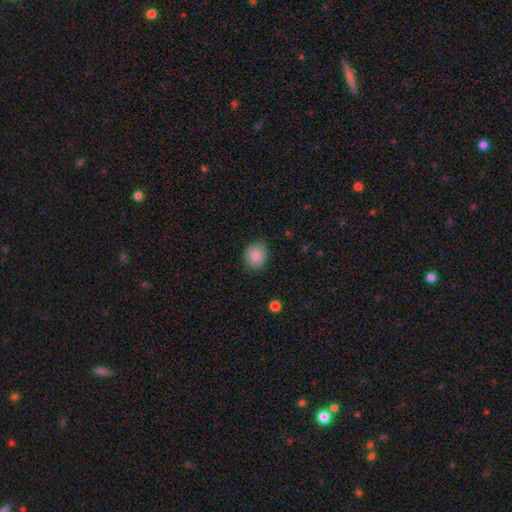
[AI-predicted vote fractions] Smooth or featured? smooth (81%)
How rounded? round (71%)
Merging? none (83%)